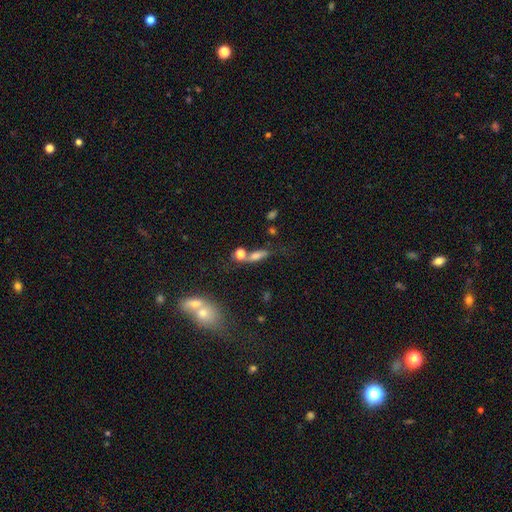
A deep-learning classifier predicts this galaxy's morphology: Smooth or featured? smooth (55%)
How rounded? in between (46%)
Merging? none (49%)